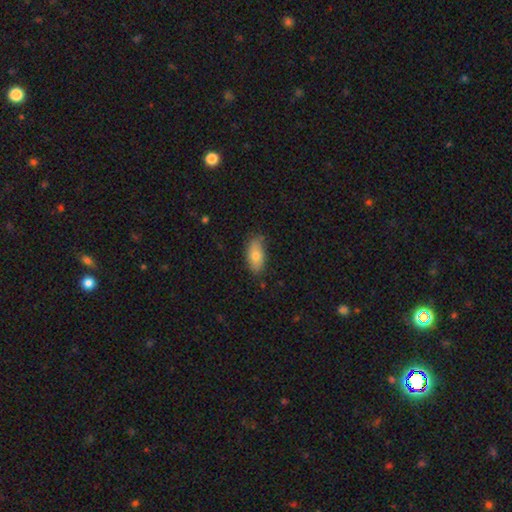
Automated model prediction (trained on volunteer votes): smooth 76%, featured or disk 17%, star or artifact 7%. Down the decision tree: how rounded — in between (89%); merging — none (78%).